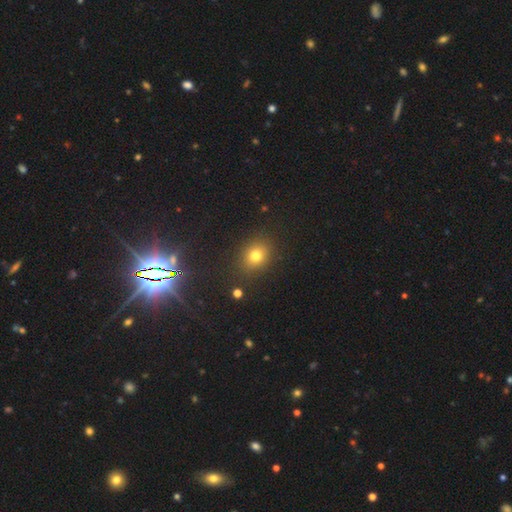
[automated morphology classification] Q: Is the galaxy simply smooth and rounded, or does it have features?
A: smooth — 76%.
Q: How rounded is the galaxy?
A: round — 66%.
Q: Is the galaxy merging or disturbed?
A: none — 85%.